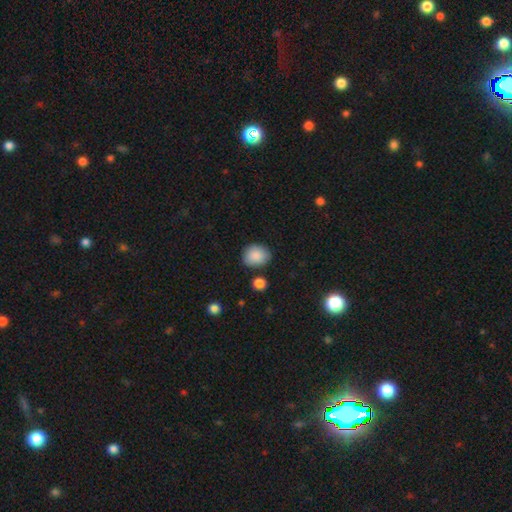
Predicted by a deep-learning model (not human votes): smooth 88%, star or artifact 7%, featured or disk 5%. Down the decision tree: how rounded — round (59%); merging — none (79%).